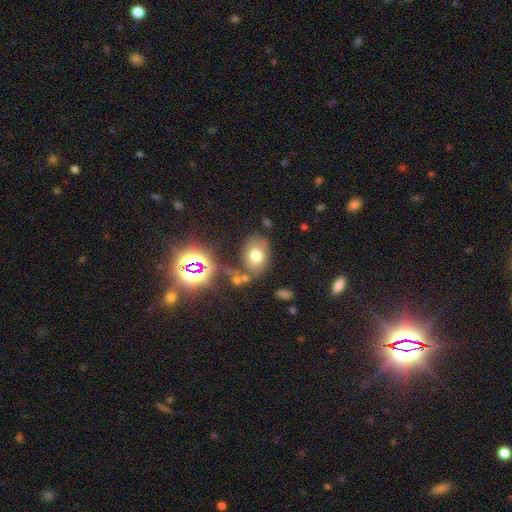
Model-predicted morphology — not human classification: smooth_or_featured: smooth (p=0.66) [alt: featured or disk p=0.18]
how_rounded: in between (p=0.67) [alt: round p=0.32]
merging: none (p=0.67) [alt: minor disturbance p=0.17]